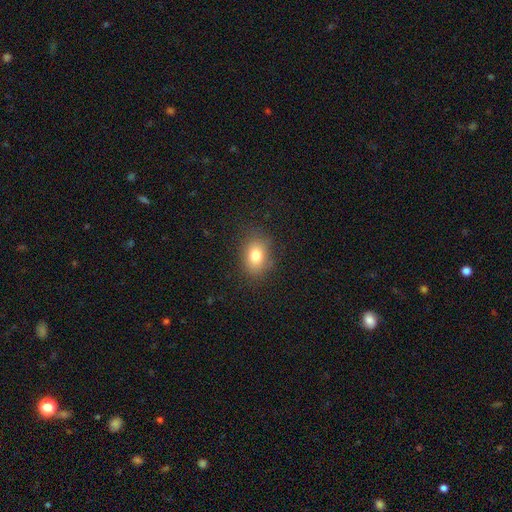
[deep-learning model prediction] The model was most divided on "how rounded": in between: 68%, round: 30%, cigar-shaped: 1%. More confident: smooth or featured — smooth (80%); merging — none (79%).